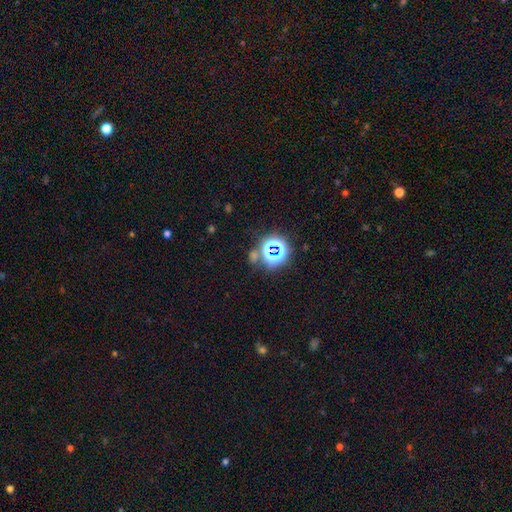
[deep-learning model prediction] The model was most divided on "smooth or featured": star or artifact: 70%, smooth: 21%, featured or disk: 9%.